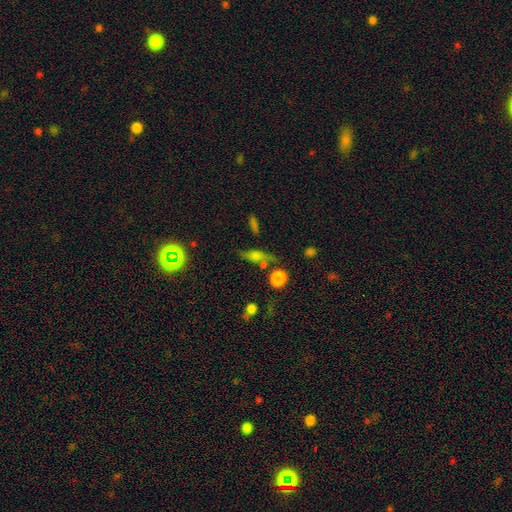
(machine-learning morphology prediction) smooth 53%, featured or disk 32%, star or artifact 15%. Down the decision tree: how rounded — in between (51%); merging — none (57%).